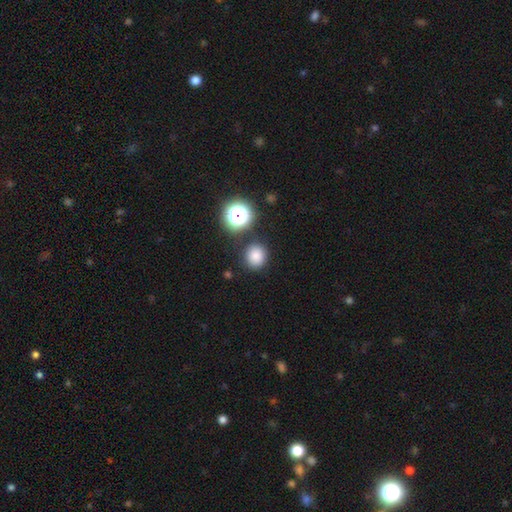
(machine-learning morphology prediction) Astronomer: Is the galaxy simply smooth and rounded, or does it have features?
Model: smooth — 80%.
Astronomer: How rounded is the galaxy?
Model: round — 85%.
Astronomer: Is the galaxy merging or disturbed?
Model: none — 83%.